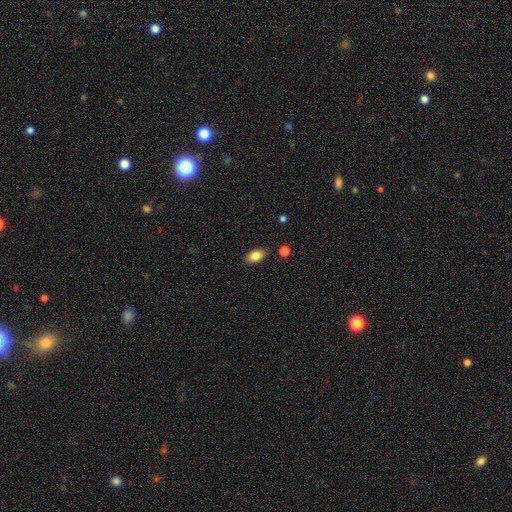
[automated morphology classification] This is clearly a smooth galaxy (82%). How rounded: clearly in between (89%). Merging: clearly none (84%).